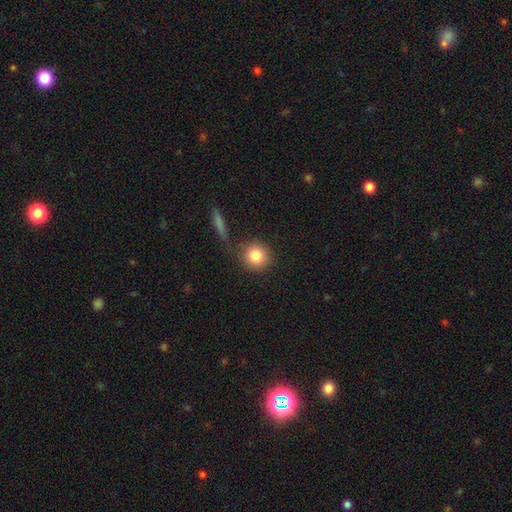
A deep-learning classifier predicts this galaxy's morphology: smooth-or-featured: smooth: 83% | star or artifact: 9% | featured or disk: 8%
  how-rounded: round: 90% | in between: 9% | cigar-shaped: 1%
  merging: none: 79% | minor disturbance: 10% | merger: 7% | major disturbance: 4%